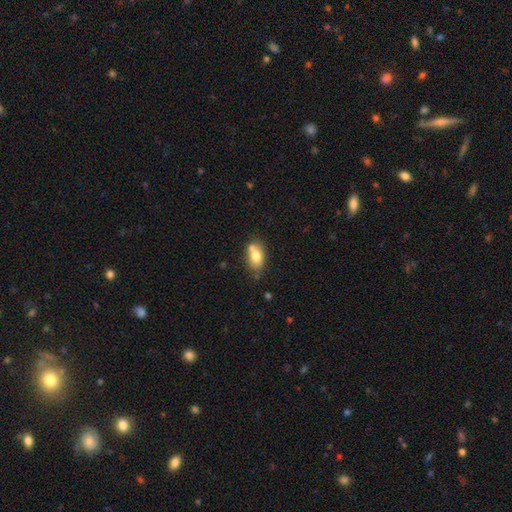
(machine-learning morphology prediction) smooth_or_featured: smooth (p=0.75) [alt: featured or disk p=0.17]
how_rounded: in between (p=0.83) [alt: round p=0.14]
merging: none (p=0.53) [alt: merger p=0.25]